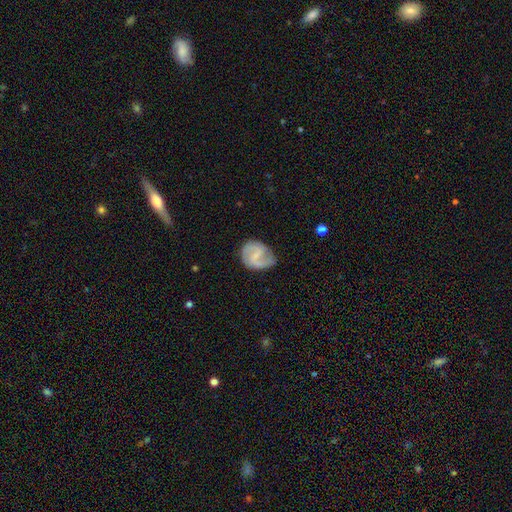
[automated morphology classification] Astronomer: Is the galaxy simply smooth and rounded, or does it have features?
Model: featured or disk — 78%.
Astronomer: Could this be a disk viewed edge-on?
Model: no — 98%.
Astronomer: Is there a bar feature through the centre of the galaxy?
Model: weak — 53% (runner-up: no, 32%).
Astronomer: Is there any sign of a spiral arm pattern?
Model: yes — 94%.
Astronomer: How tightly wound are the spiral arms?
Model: medium — 50% (runner-up: loose, 27%).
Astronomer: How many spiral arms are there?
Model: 2 — 84%.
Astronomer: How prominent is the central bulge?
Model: small — 65%.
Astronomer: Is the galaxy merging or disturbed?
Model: none — 69%.